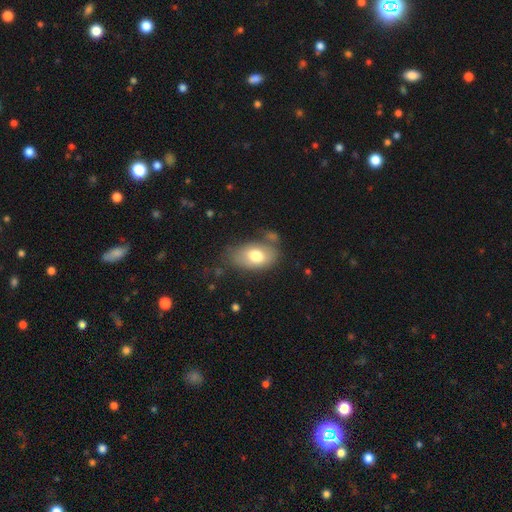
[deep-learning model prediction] Overall: smooth (73%). How rounded: in between (88%). Merging: none (55%; minor disturbance 26%).